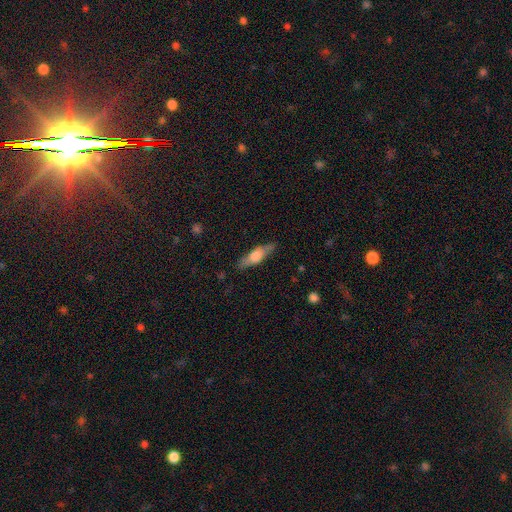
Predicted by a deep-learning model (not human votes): Smooth or featured? Predicted: smooth (p=0.48). Merging? Predicted: none (p=0.82).